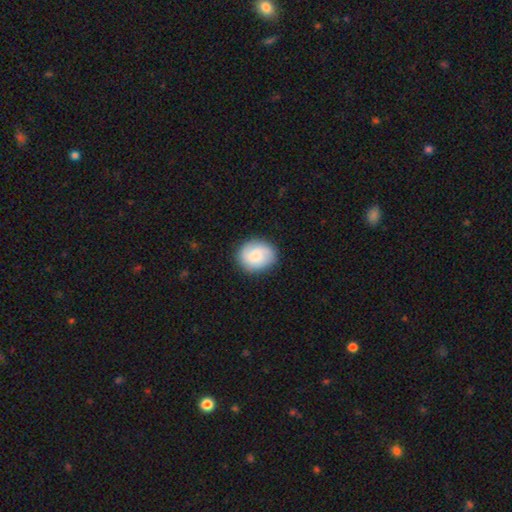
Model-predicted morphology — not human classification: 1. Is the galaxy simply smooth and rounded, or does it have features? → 61% smooth, 32% featured or disk, 7% star or artifact.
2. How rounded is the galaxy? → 69% round, 30% in between, 1% cigar-shaped.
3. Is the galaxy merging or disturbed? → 83% none, 12% minor disturbance, 3% major disturbance, 1% merger.